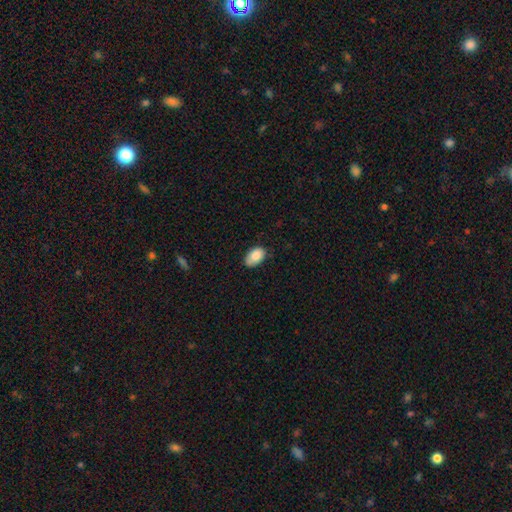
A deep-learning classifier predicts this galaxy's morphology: type=smooth (85%); roundness=in between (91%); merging=none (67%).